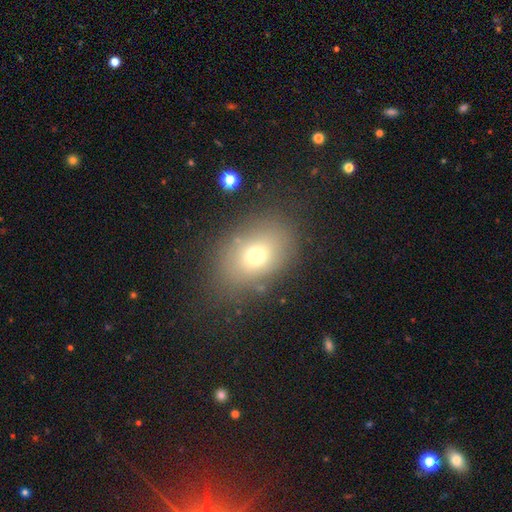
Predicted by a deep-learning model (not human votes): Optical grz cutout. It shows a smooth galaxy with no disk features (71%) that is in between round and cigar-shaped (72%). Merging: none (77%).